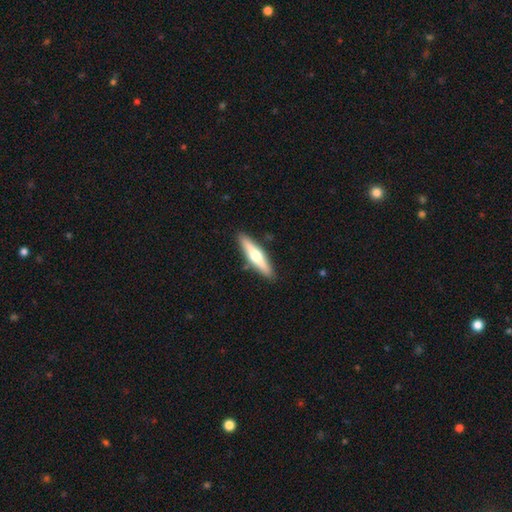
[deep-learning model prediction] Smooth or featured?
  - featured or disk: 50% *
  - smooth: 45%
  - star or artifact: 5%
Edge-on disk?
  - yes: 94% *
  - no: 6%
Merging?
  - none: 89% *
  - minor disturbance: 8%
  - merger: 2%
  - major disturbance: 2%